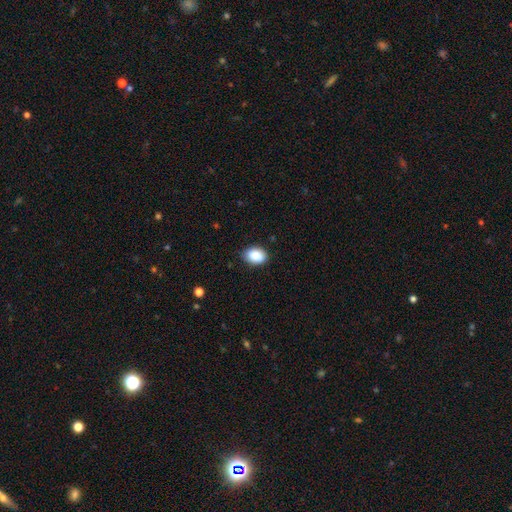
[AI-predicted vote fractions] Overall: smooth (89%). How rounded: in between (79%). Merging: none (84%).